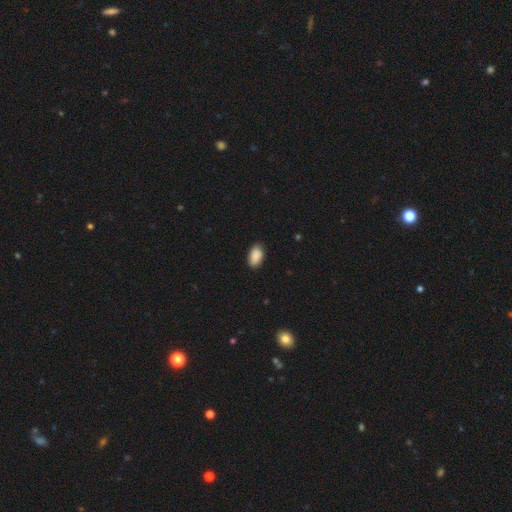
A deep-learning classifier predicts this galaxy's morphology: Smooth or featured: smooth — 89% (star or artifact — 7%)
How rounded: in between — 94% (round — 4%)
Merging: none — 83% (minor disturbance — 14%)